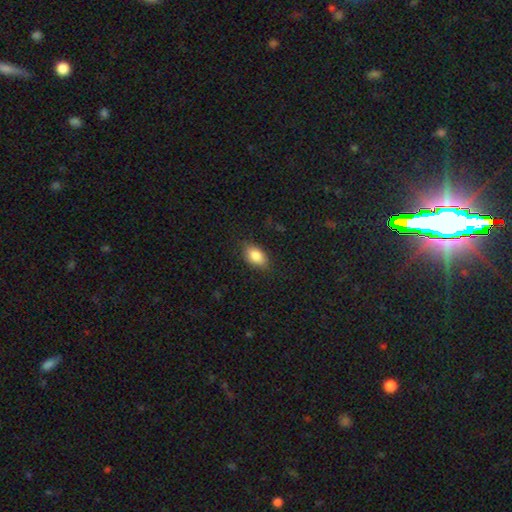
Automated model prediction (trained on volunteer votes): Smooth or featured: smooth — 84% (featured or disk — 8%)
How rounded: in between — 89% (round — 8%)
Merging: none — 81% (minor disturbance — 15%)